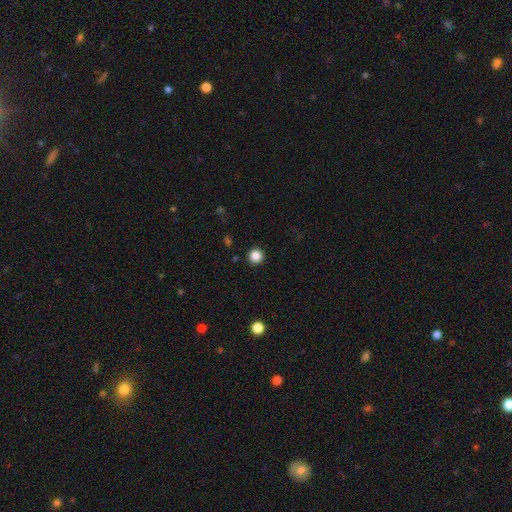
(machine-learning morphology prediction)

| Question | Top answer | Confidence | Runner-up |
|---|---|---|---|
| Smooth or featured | smooth | 86% | star or artifact (11%) |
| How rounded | round | 95% | in between (4%) |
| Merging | none | 93% | minor disturbance (4%) |